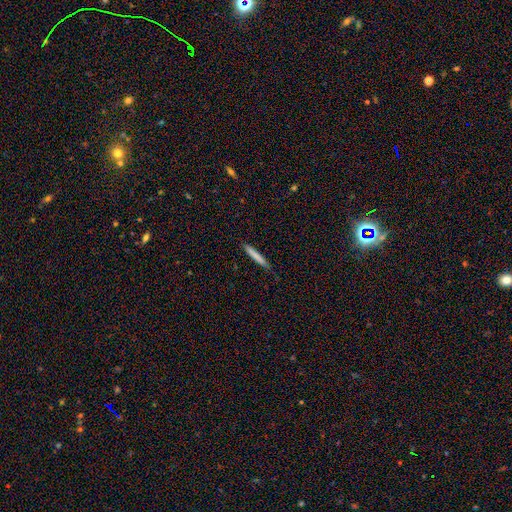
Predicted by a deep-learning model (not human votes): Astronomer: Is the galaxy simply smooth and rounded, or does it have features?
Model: smooth — 76%.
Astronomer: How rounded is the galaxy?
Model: cigar-shaped — 96%.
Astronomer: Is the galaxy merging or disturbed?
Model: none — 88%.